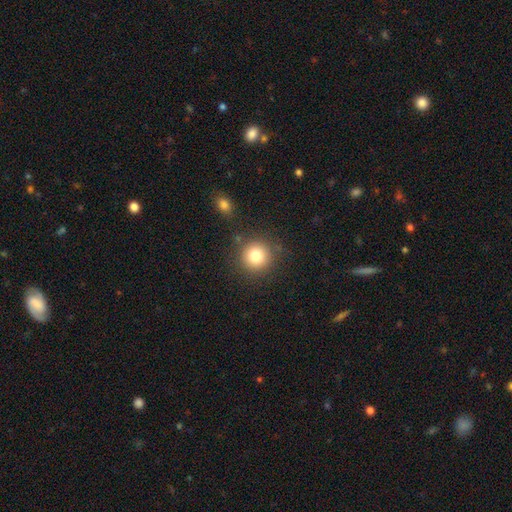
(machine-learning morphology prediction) Q: Smooth or featured?
A: smooth (80%); runner-up: star or artifact (12%)
Q: How rounded?
A: round (94%); runner-up: in between (6%)
Q: Merging?
A: none (84%); runner-up: minor disturbance (9%)